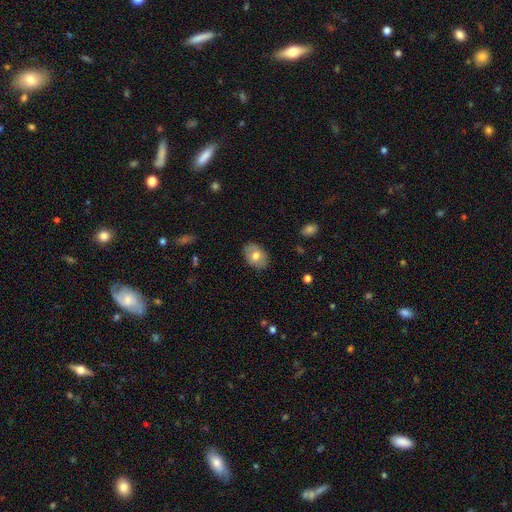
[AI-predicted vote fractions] This is likely a smooth galaxy (68%). How rounded: likely in between (77%). Merging: clearly none (85%).